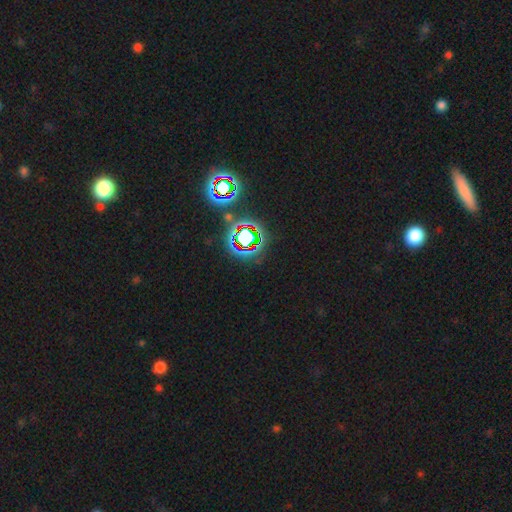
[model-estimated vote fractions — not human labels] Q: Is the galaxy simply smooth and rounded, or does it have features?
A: star or artifact — 69%.